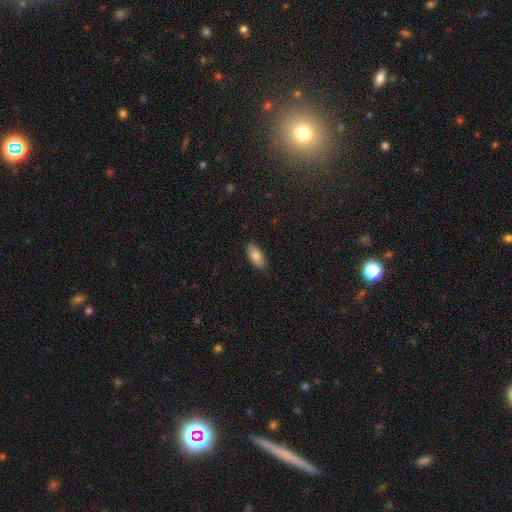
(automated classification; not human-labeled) smooth-or-featured: smooth: 80% | featured or disk: 14% | star or artifact: 7%
  how-rounded: in between: 89% | cigar-shaped: 8% | round: 2%
  merging: none: 87% | minor disturbance: 10% | major disturbance: 2% | merger: 1%